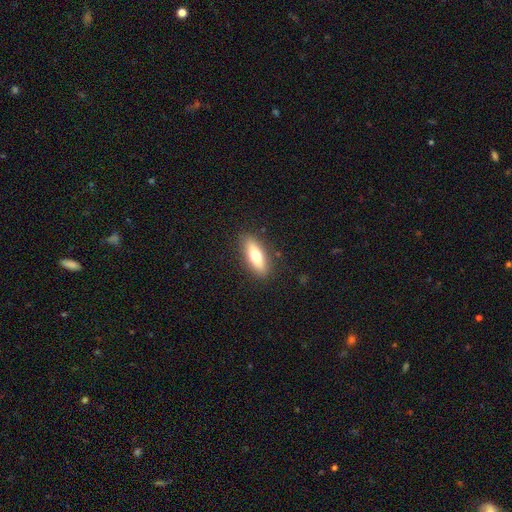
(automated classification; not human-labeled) A smooth galaxy with no disk features (61%) that is in between round and cigar-shaped (53%).

Vote fractions:
- Smooth or featured? smooth: 61% / featured or disk: 33% / star or artifact: 7%
- How rounded? in between: 53% / cigar-shaped: 45% / round: 3%
- Merging? none: 88% / minor disturbance: 9% / major disturbance: 2% / merger: 1%